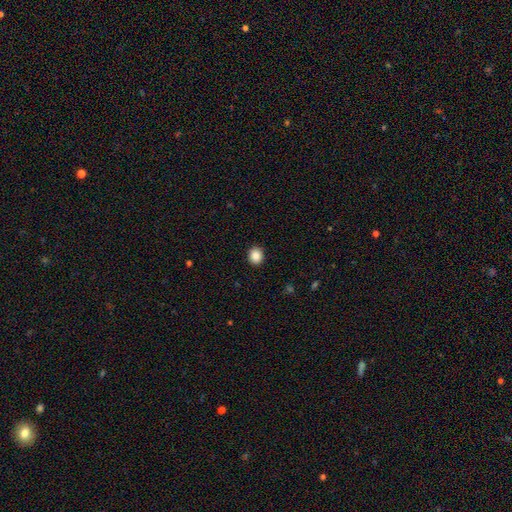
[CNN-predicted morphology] smooth-or-featured: smooth: 87% | star or artifact: 9% | featured or disk: 4%
  how-rounded: round: 75% | in between: 24% | cigar-shaped: 1%
  merging: none: 92% | minor disturbance: 5% | major disturbance: 2% | merger: 1%